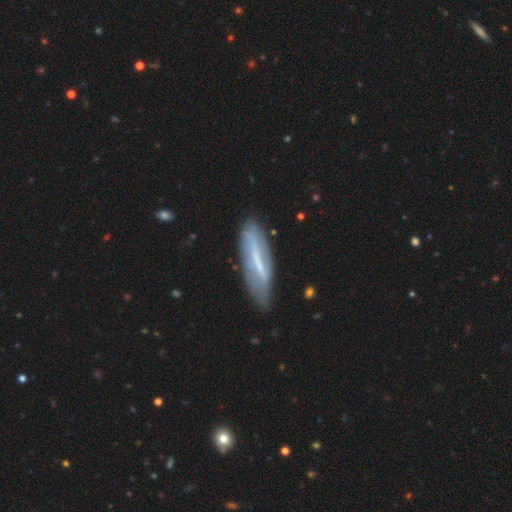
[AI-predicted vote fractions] smooth_or_featured: featured or disk (p=0.59) [alt: smooth p=0.33]
disk_edge_on: no (p=0.55) [alt: yes p=0.45]
merging: none (p=0.75) [alt: minor disturbance p=0.18]